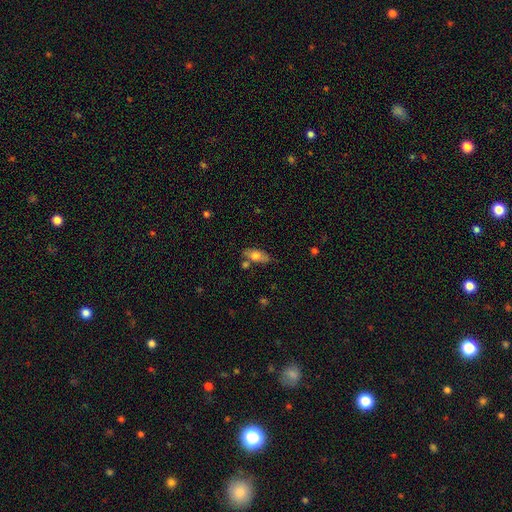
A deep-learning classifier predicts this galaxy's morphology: A smooth galaxy with no disk features (69%) that is in between round and cigar-shaped (85%). Merging: none (66%).